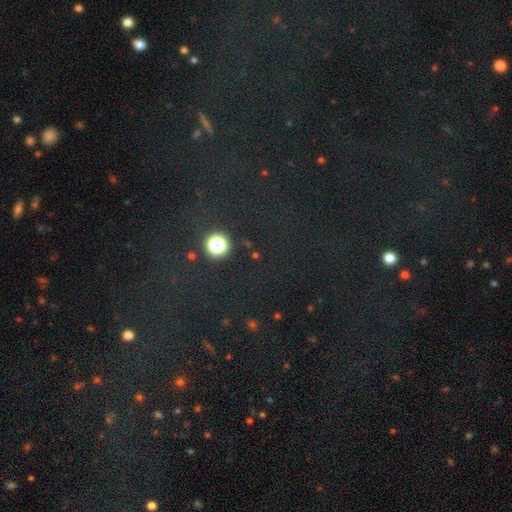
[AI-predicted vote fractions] Smooth or featured? Predicted: star or artifact (p=0.53).